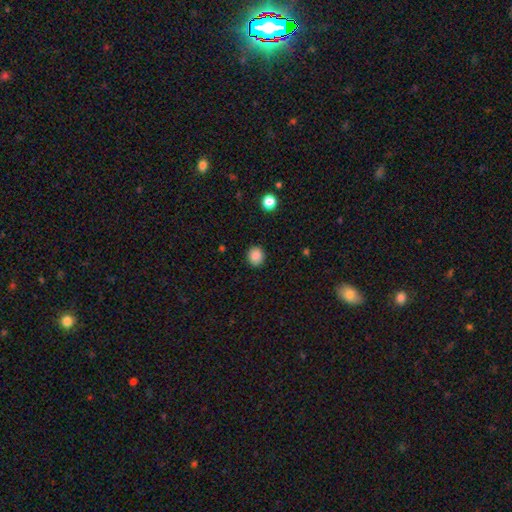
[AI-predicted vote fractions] Smooth or featured? Predicted: smooth (p=0.87). How rounded? Predicted: round (p=0.82). Merging? Predicted: none (p=0.90).